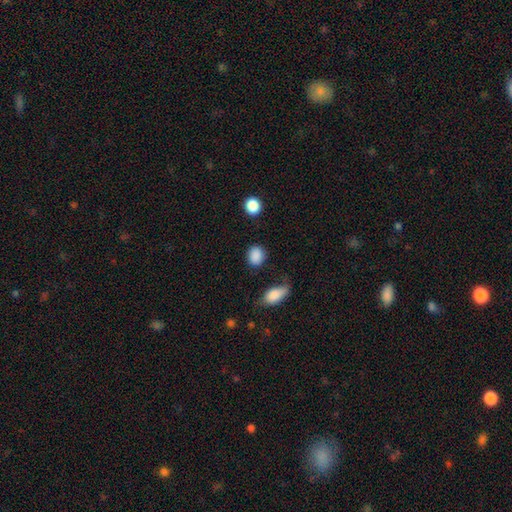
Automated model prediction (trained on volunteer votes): The model was most divided on "how rounded": round: 64%, in between: 35%, cigar-shaped: 1%. More confident: smooth or featured — smooth (88%); merging — none (80%).